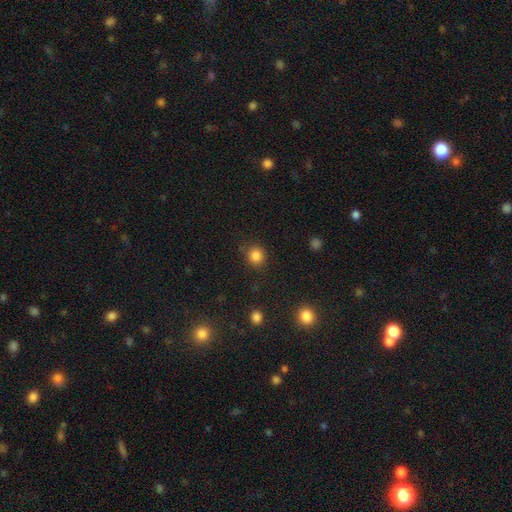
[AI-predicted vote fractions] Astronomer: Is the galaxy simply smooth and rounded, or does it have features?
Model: smooth — 84%.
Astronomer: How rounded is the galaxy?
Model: round — 88%.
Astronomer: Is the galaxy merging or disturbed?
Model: none — 86%.